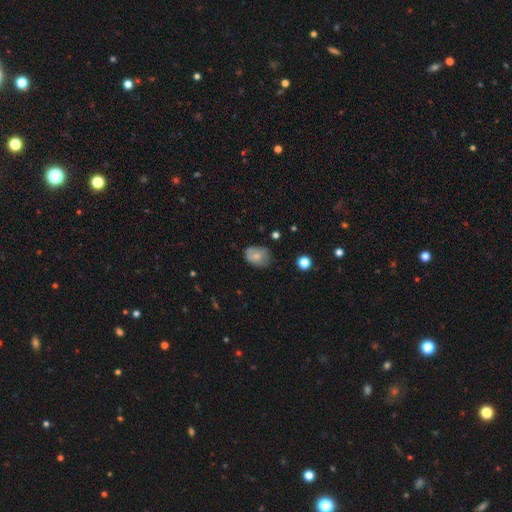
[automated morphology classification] type=smooth (70%); roundness=in between (71%); merging=none (57%).